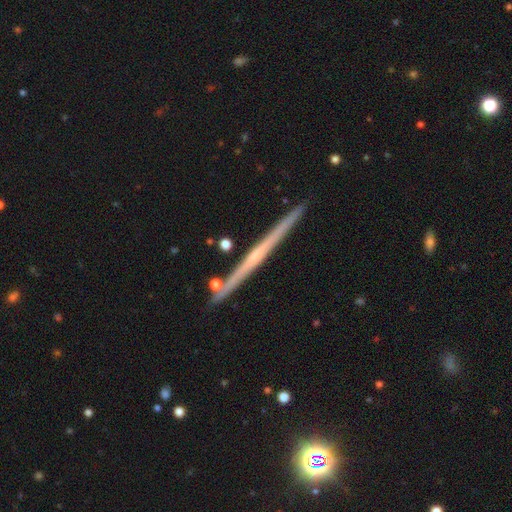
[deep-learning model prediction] The model was most divided on "smooth or featured": featured or disk: 70%, smooth: 23%, star or artifact: 6%. More confident: edge-on disk — yes (98%); merging — none (89%); edge-on bulge — none (72%).